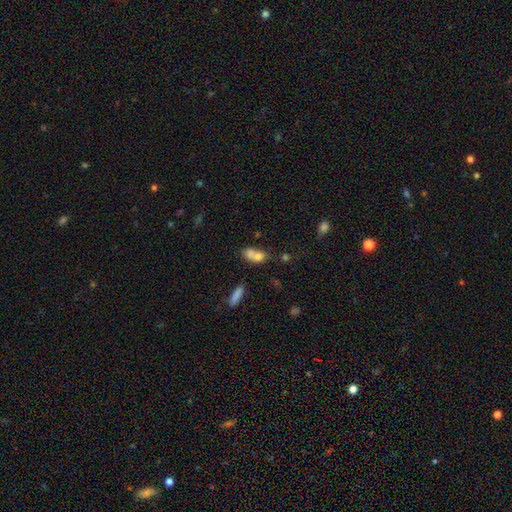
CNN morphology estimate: type=smooth (71%); roundness=in between (58%); merging=merger (63%).